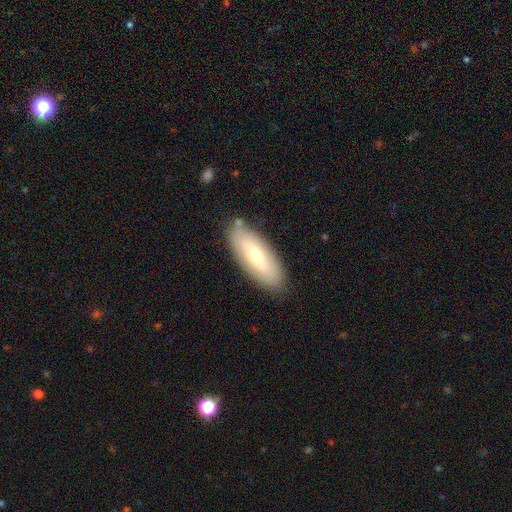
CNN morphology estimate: Smooth or featured: smooth — 62% (featured or disk — 32%)
How rounded: in between — 72% (cigar-shaped — 26%)
Merging: none — 83% (minor disturbance — 12%)